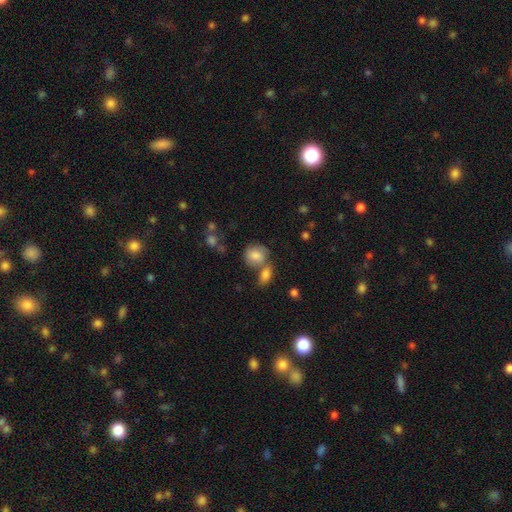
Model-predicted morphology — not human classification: Smooth or featured? Predicted: smooth (p=0.79). How rounded? Predicted: round (p=0.62). Merging? Predicted: none (p=0.42).